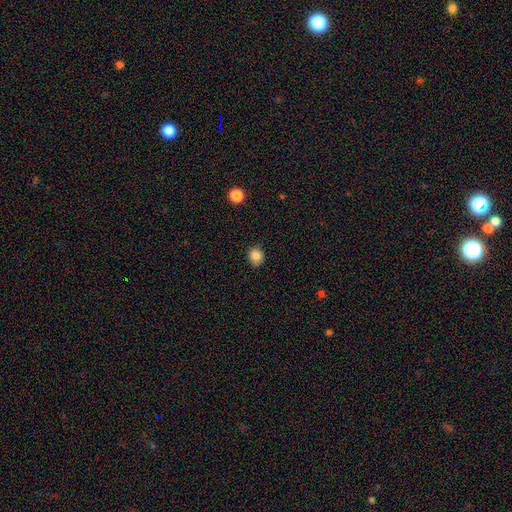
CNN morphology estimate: This appears to be a smooth galaxy with no disk features (85%) that is round (69%). Merging: none (87%).